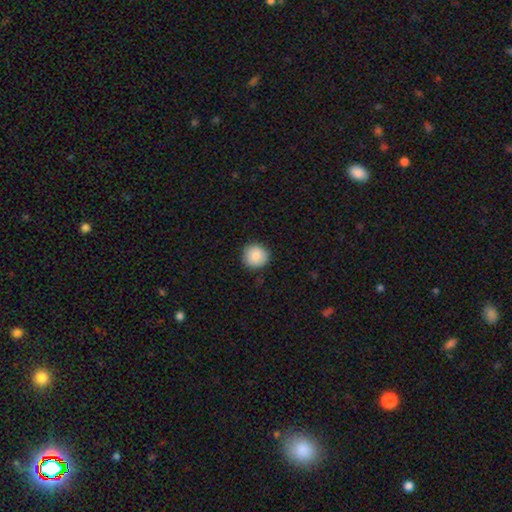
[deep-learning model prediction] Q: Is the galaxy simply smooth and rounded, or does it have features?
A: smooth — 88%.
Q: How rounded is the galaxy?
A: round — 94%.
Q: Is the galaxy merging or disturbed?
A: none — 90%.